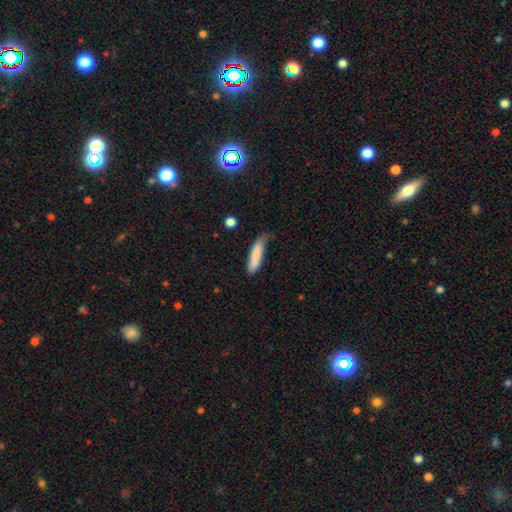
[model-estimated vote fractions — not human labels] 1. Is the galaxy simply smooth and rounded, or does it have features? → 80% smooth, 14% featured or disk, 6% star or artifact.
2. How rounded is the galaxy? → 71% cigar-shaped, 27% in between, 2% round.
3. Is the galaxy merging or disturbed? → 48% none, 37% minor disturbance, 11% major disturbance, 3% merger.